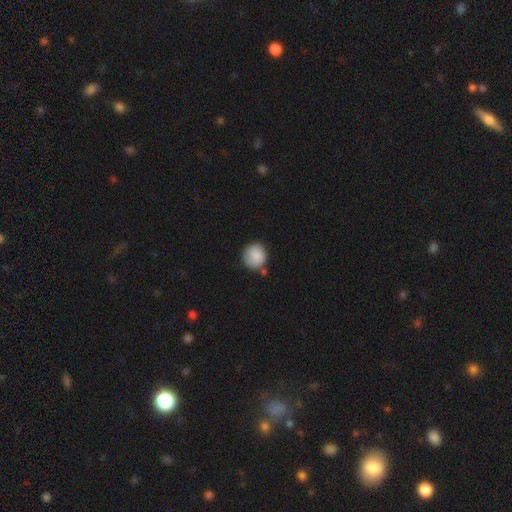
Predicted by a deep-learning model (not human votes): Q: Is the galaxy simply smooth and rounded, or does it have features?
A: smooth — 86%.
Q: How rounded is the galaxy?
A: round — 90%.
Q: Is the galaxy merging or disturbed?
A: none — 72%.